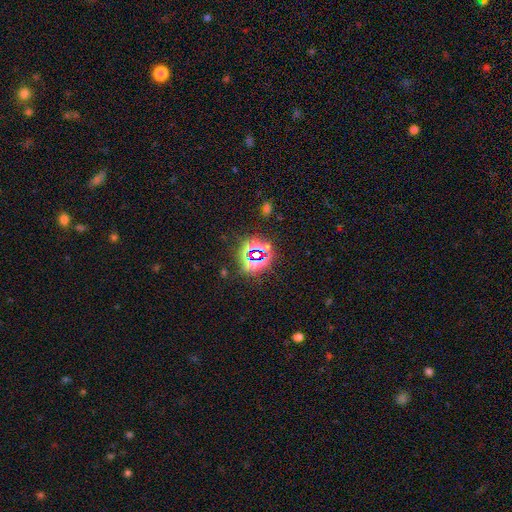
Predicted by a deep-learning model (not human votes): smooth_or_featured: star or artifact (p=0.78) [alt: smooth p=0.14]